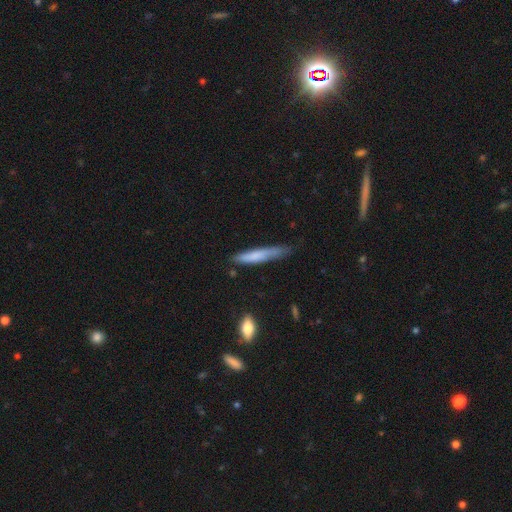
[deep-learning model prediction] A smooth galaxy with no disk features (72%) that is cigar-shaped (91%). Merging: none (62%).